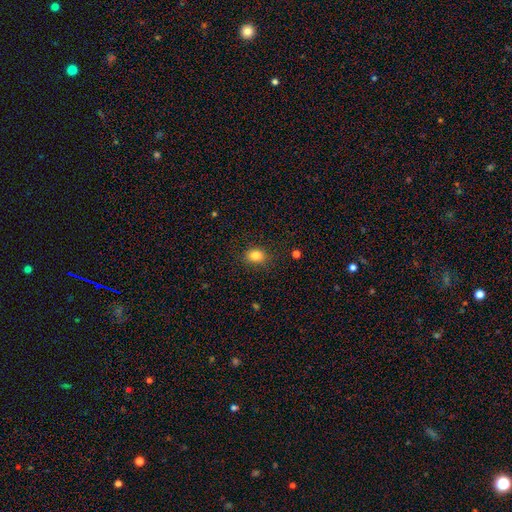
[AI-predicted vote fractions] Overall: smooth (84%). How rounded: round (51%; in between 48%). Merging: none (86%).